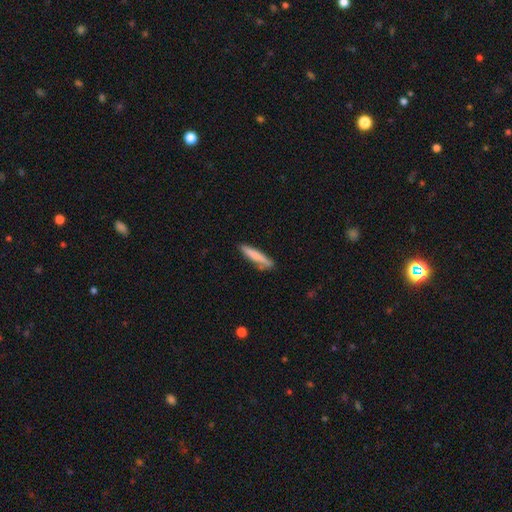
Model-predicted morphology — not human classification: Smooth or featured: smooth — 77% (featured or disk — 18%)
How rounded: cigar-shaped — 90% (in between — 9%)
Merging: none — 74% (minor disturbance — 18%)